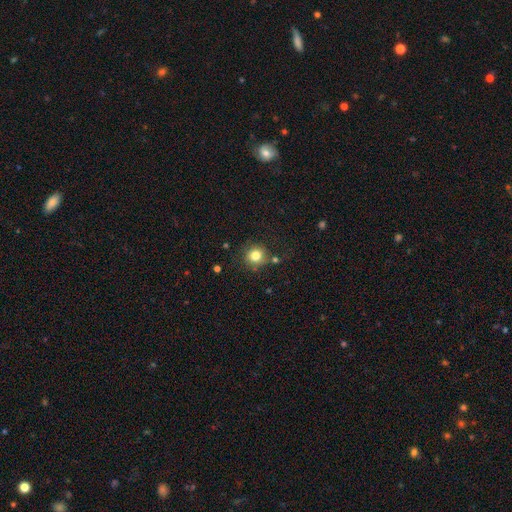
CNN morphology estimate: Smooth or featured? Predicted: smooth (p=0.81). How rounded? Predicted: round (p=0.90). Merging? Predicted: none (p=0.77).